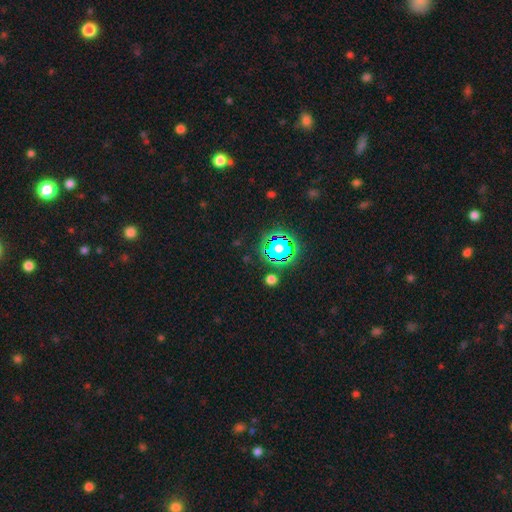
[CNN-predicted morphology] Overall: star or artifact (77%).